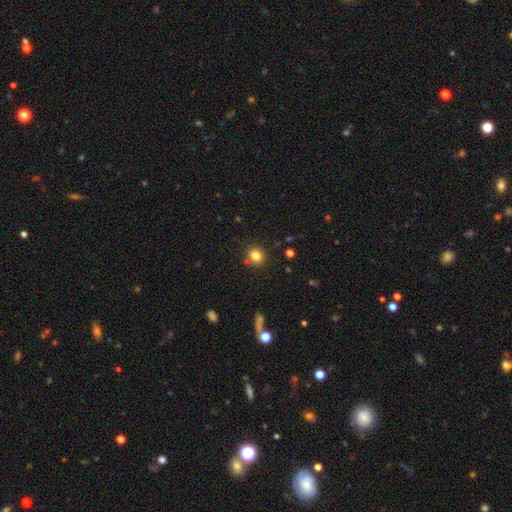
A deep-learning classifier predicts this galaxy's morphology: Q: Smooth or featured?
A: smooth (81%); runner-up: star or artifact (12%)
Q: How rounded?
A: round (79%); runner-up: in between (20%)
Q: Merging?
A: none (83%); runner-up: minor disturbance (9%)